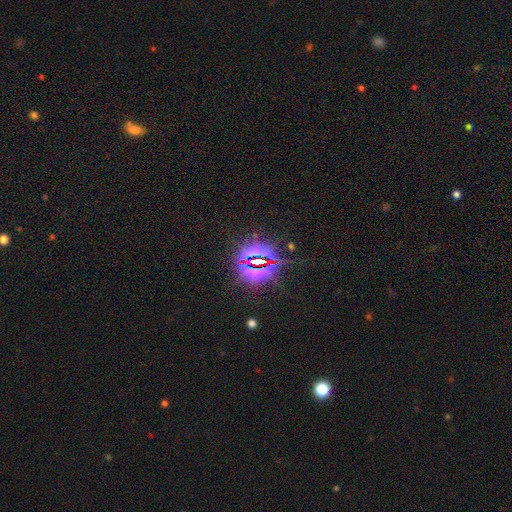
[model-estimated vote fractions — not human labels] star or artifact 84%, smooth 9%, featured or disk 7%.